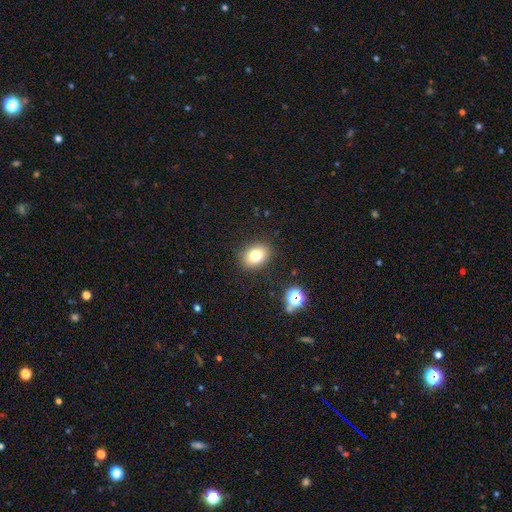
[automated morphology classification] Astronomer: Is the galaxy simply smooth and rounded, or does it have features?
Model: smooth — 78%.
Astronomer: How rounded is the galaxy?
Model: in between — 66%.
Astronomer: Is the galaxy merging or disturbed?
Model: none — 87%.